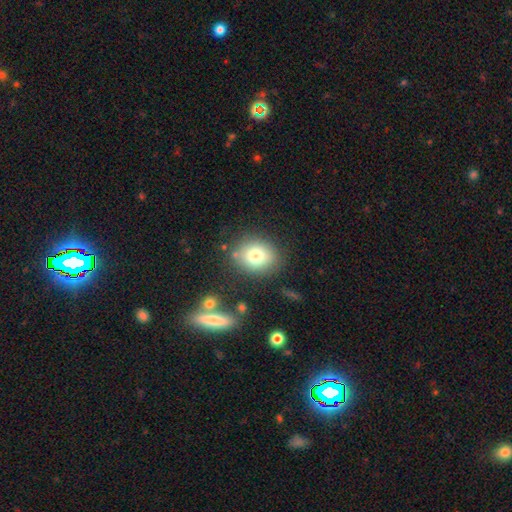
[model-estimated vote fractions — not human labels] Morphology: type=smooth (78%); roundness=round (59%); merging=none (80%).